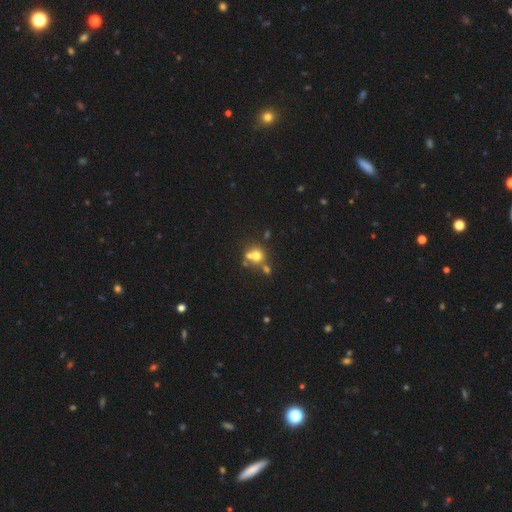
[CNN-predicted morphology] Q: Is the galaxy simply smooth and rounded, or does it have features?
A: smooth — 64%.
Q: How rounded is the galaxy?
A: round — 82%.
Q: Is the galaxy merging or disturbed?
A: none — 46%.